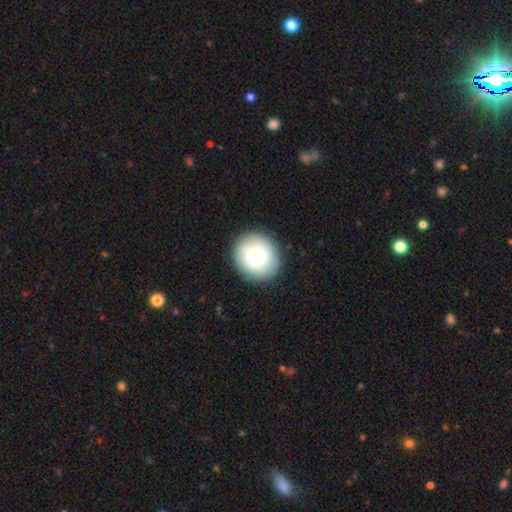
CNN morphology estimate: type=smooth (73%); roundness=round (84%); merging=none (89%).